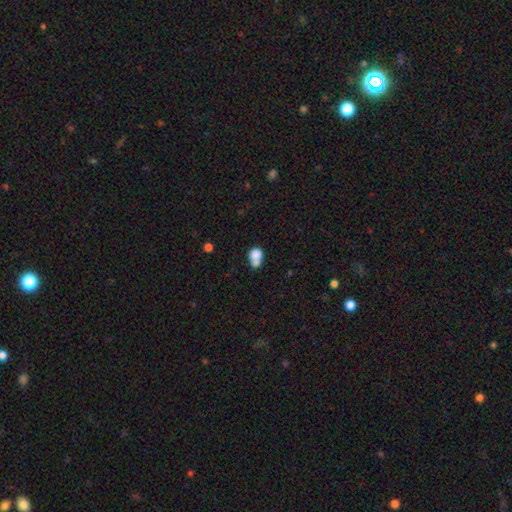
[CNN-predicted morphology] smooth_or_featured: smooth (p=0.78) [alt: featured or disk p=0.12]
how_rounded: round (p=0.55) [alt: in between p=0.44]
merging: merger (p=0.57) [alt: none p=0.27]